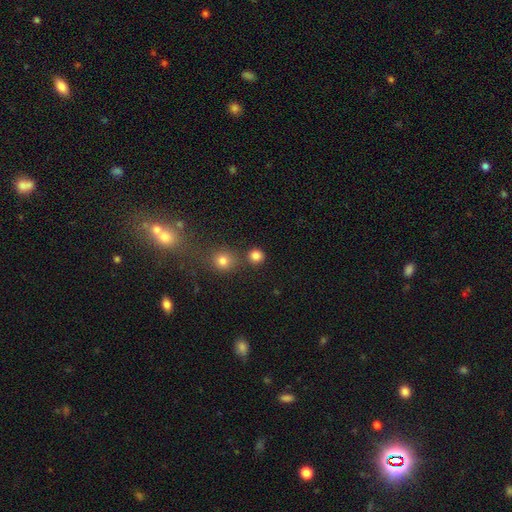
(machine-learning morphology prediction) Smooth or featured: smooth — 83% (star or artifact — 13%)
How rounded: round — 90% (in between — 9%)
Merging: none — 77% (merger — 12%)